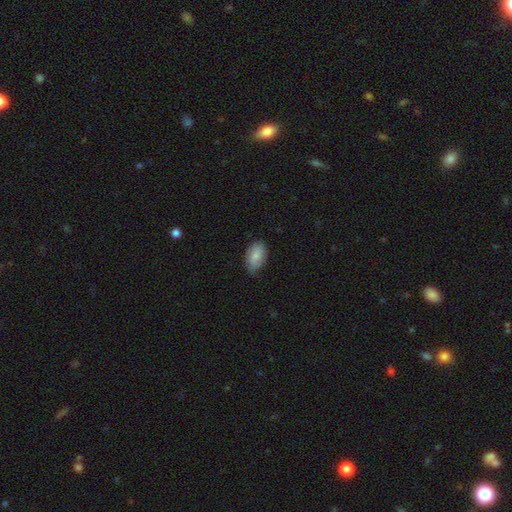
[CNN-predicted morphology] A smooth galaxy with no disk features (82%) that is in between round and cigar-shaped (92%).

Vote fractions:
- Smooth or featured? smooth: 82% / featured or disk: 11% / star or artifact: 6%
- How rounded? in between: 92% / round: 6% / cigar-shaped: 2%
- Merging? none: 68% / minor disturbance: 27% / major disturbance: 4% / merger: 1%